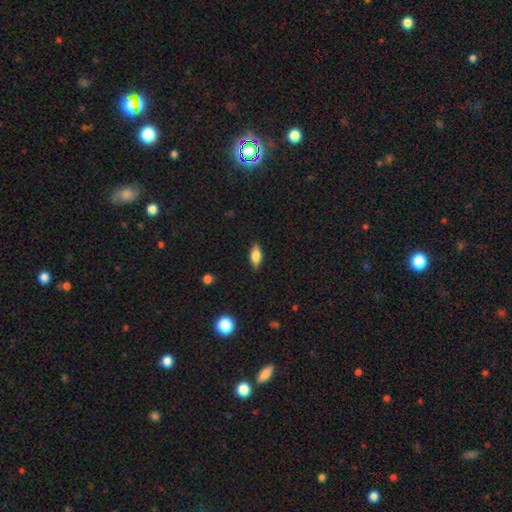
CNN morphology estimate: Q: Smooth or featured?
A: smooth (67%); runner-up: featured or disk (25%)
Q: How rounded?
A: in between (78%); runner-up: cigar-shaped (18%)
Q: Merging?
A: none (85%); runner-up: minor disturbance (11%)